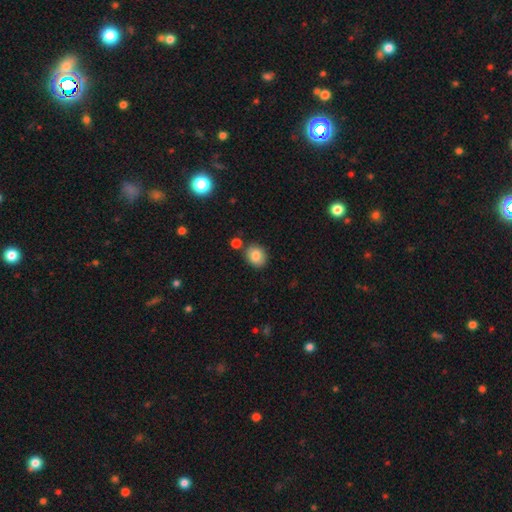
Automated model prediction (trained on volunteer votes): smooth_or_featured: smooth (p=0.83) [alt: star or artifact p=0.09]
how_rounded: round (p=0.63) [alt: in between p=0.36]
merging: none (p=0.80) [alt: minor disturbance p=0.10]